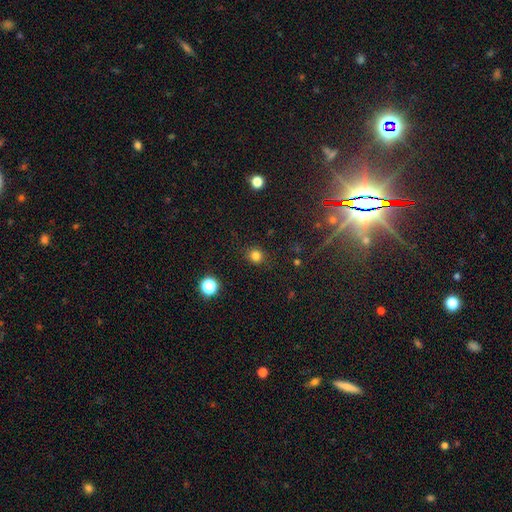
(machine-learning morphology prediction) Smooth or featured? Predicted: smooth (p=0.80). How rounded? Predicted: round (p=0.85). Merging? Predicted: none (p=0.87).